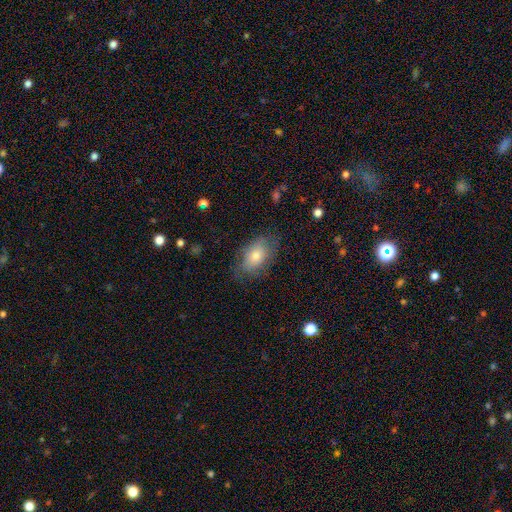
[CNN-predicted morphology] A smooth galaxy with no disk features (69%) that is in between round and cigar-shaped (89%).

Vote fractions:
- Smooth or featured? smooth: 69% / featured or disk: 23% / star or artifact: 8%
- How rounded? in between: 89% / round: 9% / cigar-shaped: 2%
- Merging? none: 73% / minor disturbance: 19% / major disturbance: 7% / merger: 1%